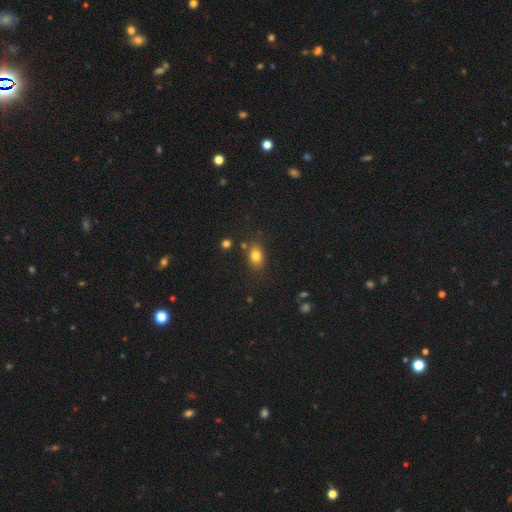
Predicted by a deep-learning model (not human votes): This is clearly a smooth galaxy (80%). How rounded: likely in between (74%). Merging: likely none (78%).